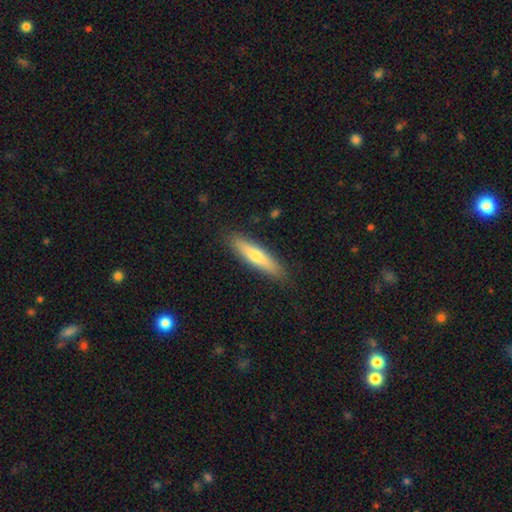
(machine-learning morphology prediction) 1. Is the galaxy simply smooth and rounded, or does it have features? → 63% smooth, 31% featured or disk, 6% star or artifact.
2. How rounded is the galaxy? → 81% cigar-shaped, 17% in between, 2% round.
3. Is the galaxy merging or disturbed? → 88% none, 9% minor disturbance, 2% major disturbance, 1% merger.